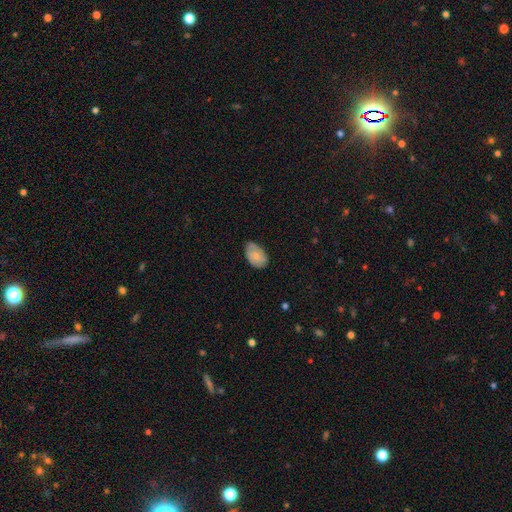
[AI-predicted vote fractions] smooth-or-featured: smooth: 72% | featured or disk: 21% | star or artifact: 7%
  how-rounded: in between: 91% | round: 8% | cigar-shaped: 1%
  merging: none: 70% | minor disturbance: 25% | major disturbance: 4% | merger: 1%